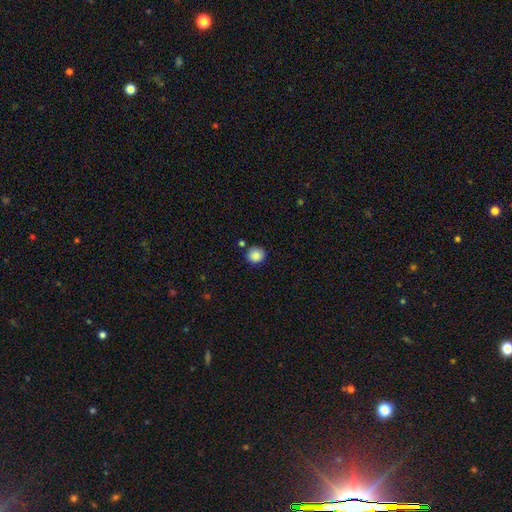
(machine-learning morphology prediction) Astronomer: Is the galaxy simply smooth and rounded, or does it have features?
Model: smooth — 88%.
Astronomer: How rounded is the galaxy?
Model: round — 89%.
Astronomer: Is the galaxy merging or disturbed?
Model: none — 81%.